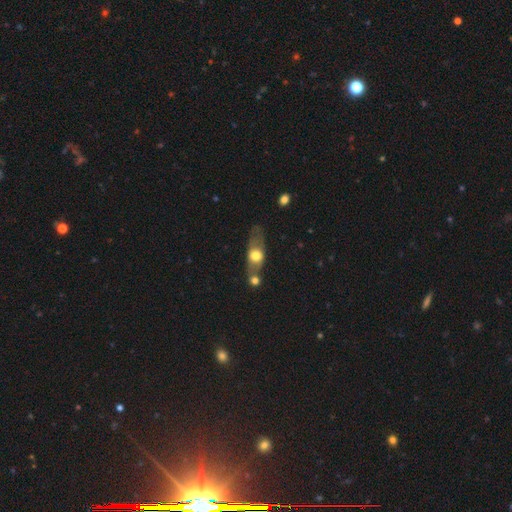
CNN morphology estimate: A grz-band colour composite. It shows a smooth galaxy with no disk features (55%) that is in between round and cigar-shaped (60%). Merging: none (44%).